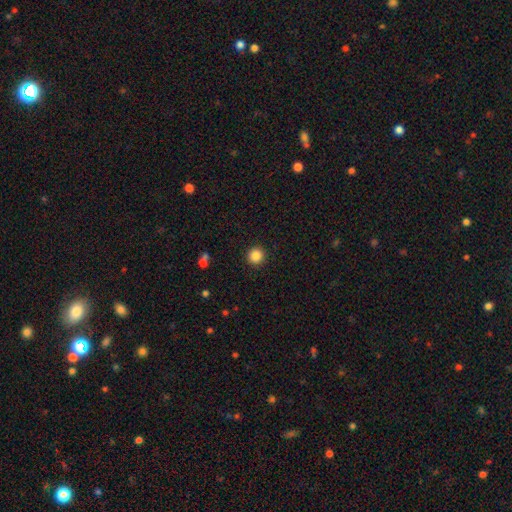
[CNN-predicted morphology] smooth_or_featured: smooth (p=0.86) [alt: star or artifact p=0.10]
how_rounded: round (p=0.95) [alt: in between p=0.04]
merging: none (p=0.93) [alt: minor disturbance p=0.05]